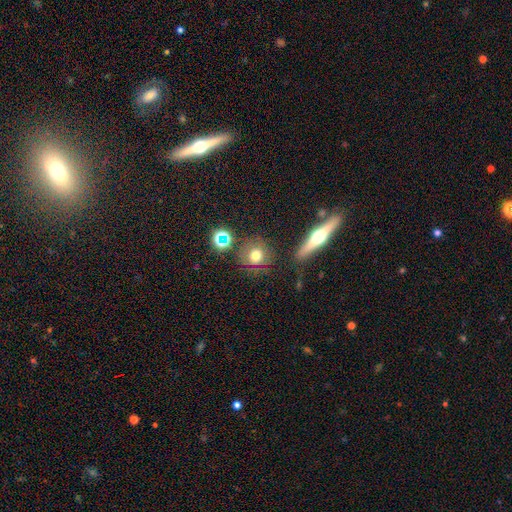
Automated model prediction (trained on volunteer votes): smooth-or-featured: smooth: 66% | star or artifact: 17% | featured or disk: 17%
  how-rounded: round: 89% | in between: 9% | cigar-shaped: 2%
  merging: none: 80% | minor disturbance: 11% | merger: 5% | major disturbance: 4%